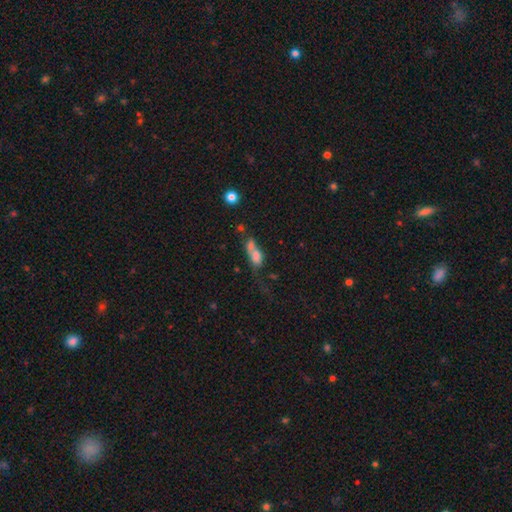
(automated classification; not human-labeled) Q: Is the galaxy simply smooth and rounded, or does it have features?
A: smooth — 64%.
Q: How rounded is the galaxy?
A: in between — 69%.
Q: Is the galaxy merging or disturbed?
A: merger — 57%.